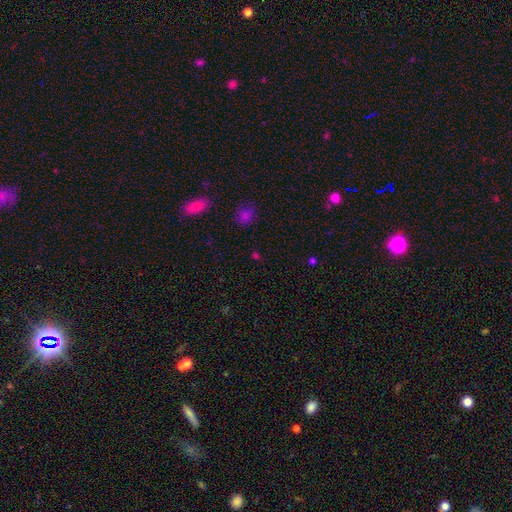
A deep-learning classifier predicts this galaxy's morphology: smooth-or-featured: star or artifact: 47% | smooth: 46% | featured or disk: 7%